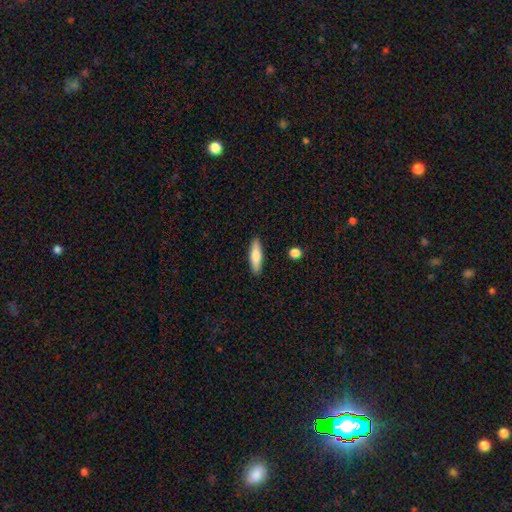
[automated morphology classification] Smooth or featured? Predicted: smooth (p=0.76). How rounded? Predicted: cigar-shaped (p=0.61). Merging? Predicted: none (p=0.89).